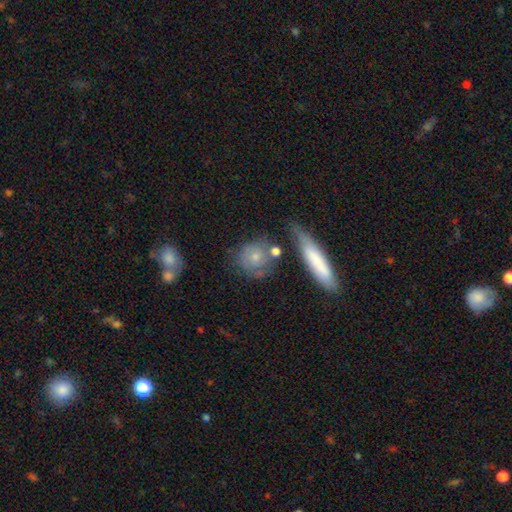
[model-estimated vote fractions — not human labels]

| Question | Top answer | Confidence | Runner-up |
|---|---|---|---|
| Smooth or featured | smooth | 58% | featured or disk (32%) |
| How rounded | round | 61% | in between (25%) |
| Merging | none | 64% | minor disturbance (19%) |